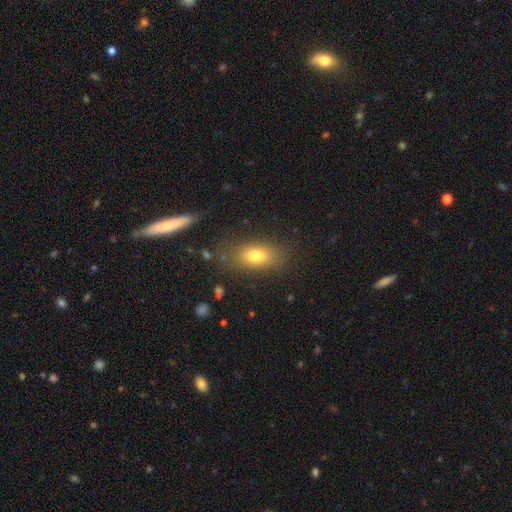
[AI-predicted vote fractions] smooth_or_featured: smooth (p=0.73) [alt: featured or disk p=0.15]
how_rounded: in between (p=0.79) [alt: round p=0.13]
merging: none (p=0.79) [alt: minor disturbance p=0.12]